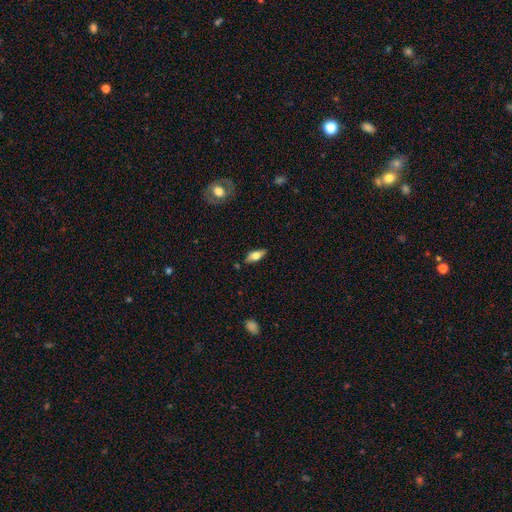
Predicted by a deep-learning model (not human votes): A smooth galaxy with no disk features (66%) that is in between round and cigar-shaped (80%). Merging: none (85%).